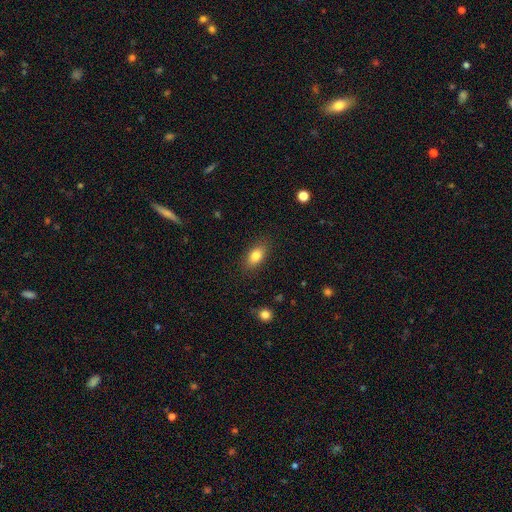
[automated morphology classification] Smooth or featured? smooth (83%)
How rounded? in between (86%)
Merging? none (85%)